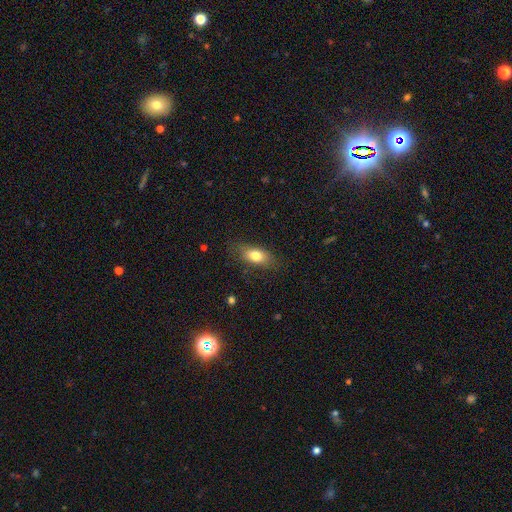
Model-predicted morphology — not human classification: Q: Smooth or featured?
A: smooth (77%); runner-up: featured or disk (14%)
Q: How rounded?
A: in between (82%); runner-up: cigar-shaped (9%)
Q: Merging?
A: none (77%); runner-up: minor disturbance (16%)